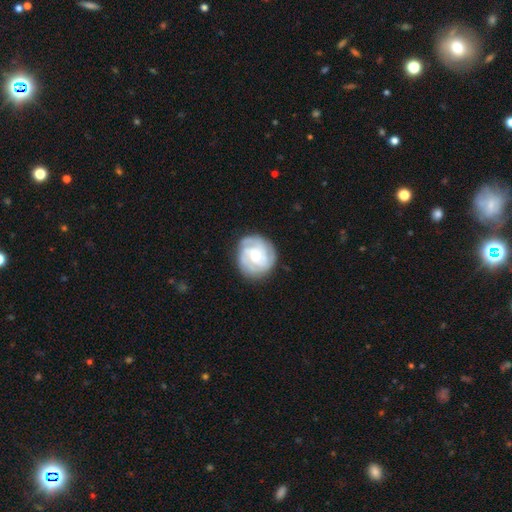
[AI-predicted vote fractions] smooth_or_featured: featured or disk (p=0.82) [alt: smooth p=0.13]
disk_edge_on: no (p=0.98) [alt: yes p=0.02]
bar: no (p=0.64) [alt: weak p=0.30]
has_spiral_arms: yes (p=0.96) [alt: no p=0.04]
spiral_winding: tight (p=0.67) [alt: medium p=0.28]
spiral_arm_count: 3 (p=0.42) [alt: can't tell p=0.20]
bulge_size: moderate (p=0.54) [alt: small p=0.41]
merging: none (p=0.81) [alt: minor disturbance p=0.13]